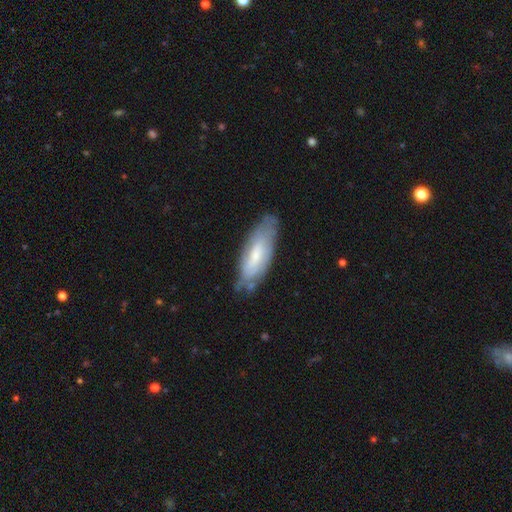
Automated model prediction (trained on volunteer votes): Smooth or featured?
  - smooth: 49% *
  - featured or disk: 44%
  - star or artifact: 7%
Merging?
  - none: 66% *
  - minor disturbance: 26%
  - major disturbance: 6%
  - merger: 2%